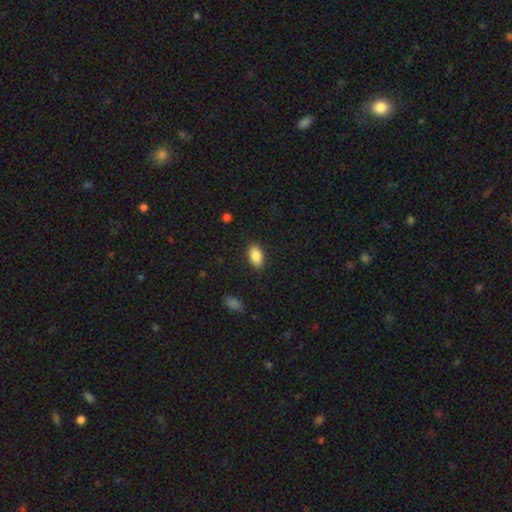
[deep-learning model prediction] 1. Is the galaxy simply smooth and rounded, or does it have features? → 88% smooth, 7% star or artifact, 5% featured or disk.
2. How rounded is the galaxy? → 92% in between, 5% round, 3% cigar-shaped.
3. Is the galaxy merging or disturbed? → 87% none, 9% minor disturbance, 3% major disturbance, 1% merger.